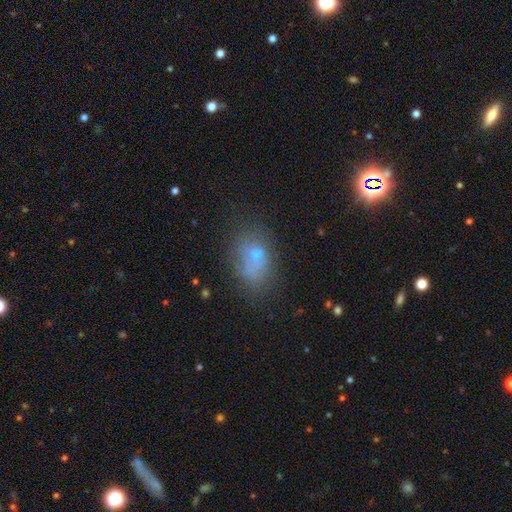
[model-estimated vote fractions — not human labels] Morphology: type=smooth (59%); roundness=in between (68%); merging=none (53%).